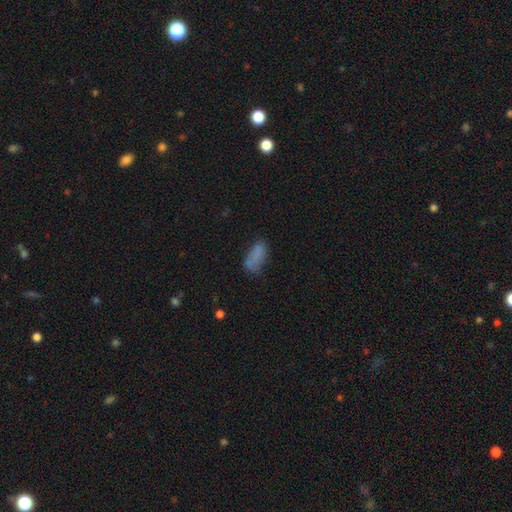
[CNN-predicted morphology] Smooth or featured?
  - smooth: 74% *
  - featured or disk: 14%
  - star or artifact: 12%
How rounded?
  - in between: 82% *
  - cigar-shaped: 14%
  - round: 3%
Merging?
  - none: 48% *
  - minor disturbance: 27%
  - major disturbance: 16%
  - merger: 10%